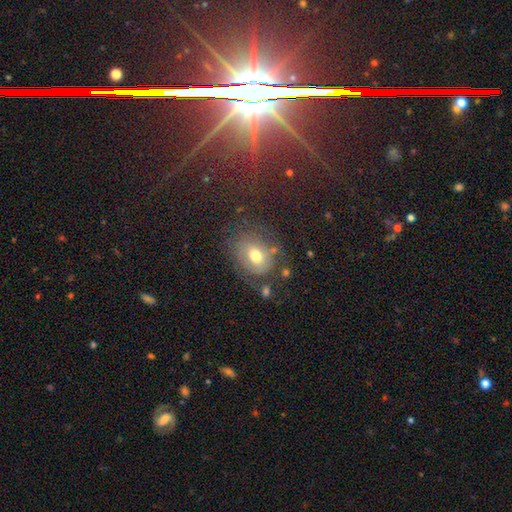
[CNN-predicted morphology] A smooth galaxy with no disk features (42%).

Vote fractions:
- Smooth or featured? smooth: 42% / star or artifact: 29% / featured or disk: 29%
- Merging? none: 79% / minor disturbance: 13% / major disturbance: 5% / merger: 3%